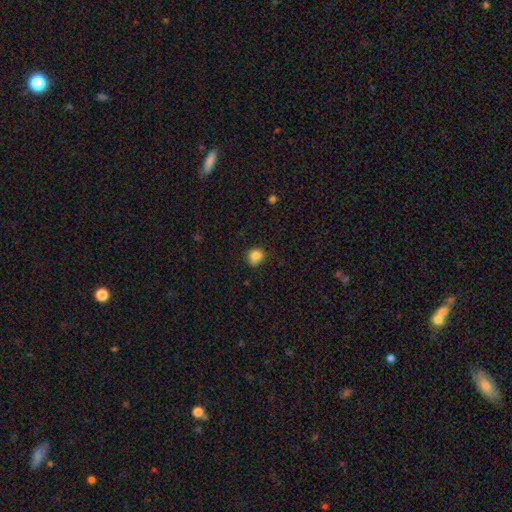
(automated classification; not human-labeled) A smooth galaxy with no disk features (84%) that is round (79%). Merging: none (67%).